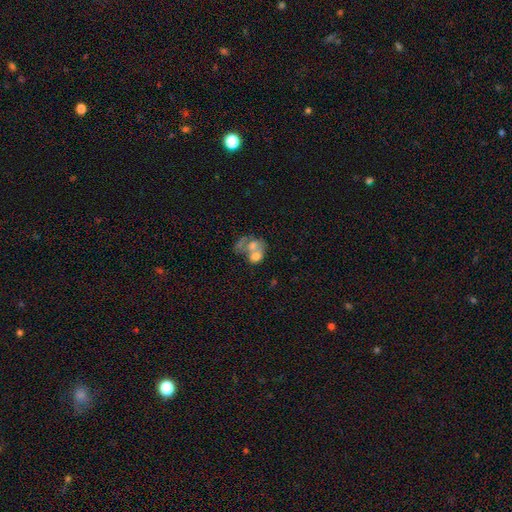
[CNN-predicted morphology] A smooth galaxy with no disk features (55%) that is in between round and cigar-shaped (61%).

Vote fractions:
- Smooth or featured? smooth: 55% / featured or disk: 34% / star or artifact: 10%
- How rounded? in between: 61% / round: 37% / cigar-shaped: 1%
- Merging? merger: 67% / none: 15% / major disturbance: 12% / minor disturbance: 7%